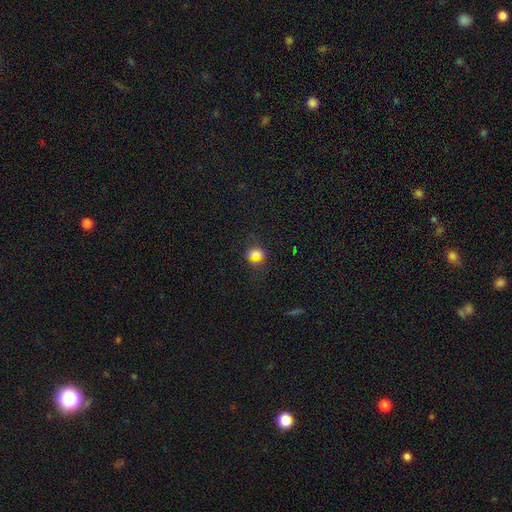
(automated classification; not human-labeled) smooth_or_featured: smooth (p=0.60) [alt: star or artifact p=0.31]
how_rounded: round (p=0.55) [alt: in between p=0.39]
merging: none (p=0.77) [alt: minor disturbance p=0.13]